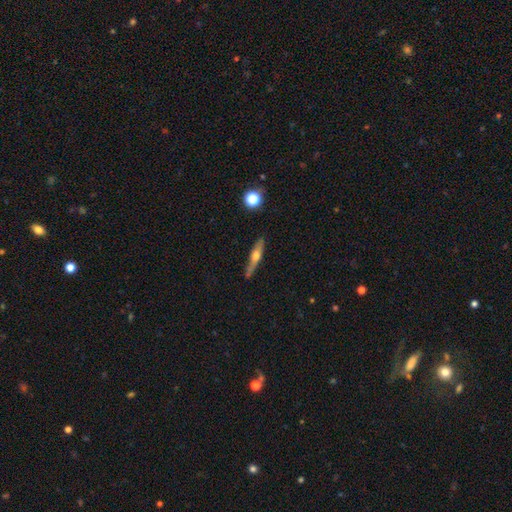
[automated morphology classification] The model was most divided on "smooth or featured": featured or disk: 58%, smooth: 35%, star or artifact: 7%. More confident: edge-on disk — yes (94%); edge-on bulge — rounded (91%); merging — none (81%).